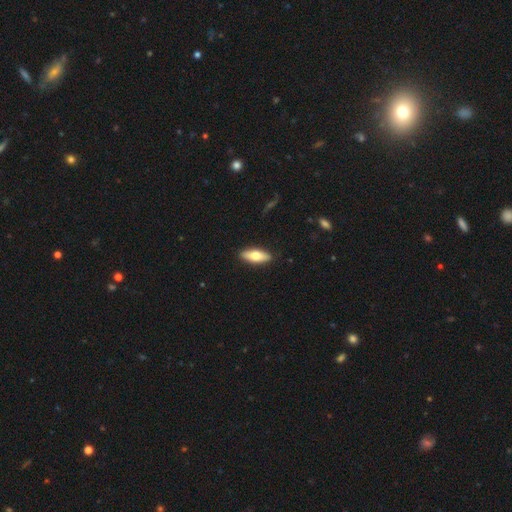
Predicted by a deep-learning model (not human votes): This is likely a smooth galaxy (66%). How rounded: likely in between (64%). Merging: clearly none (90%).